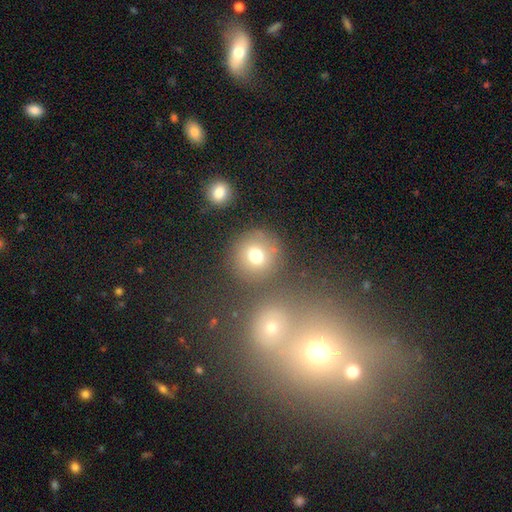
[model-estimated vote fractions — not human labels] Overall: smooth (72%). How rounded: round (90%). Merging: none (74%).